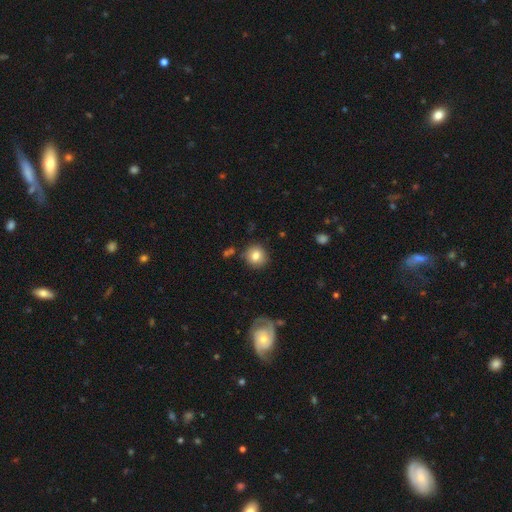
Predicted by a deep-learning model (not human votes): The model was most divided on "smooth or featured": smooth: 81%, star or artifact: 9%, featured or disk: 9%. More confident: how rounded — round (91%); merging — none (85%).